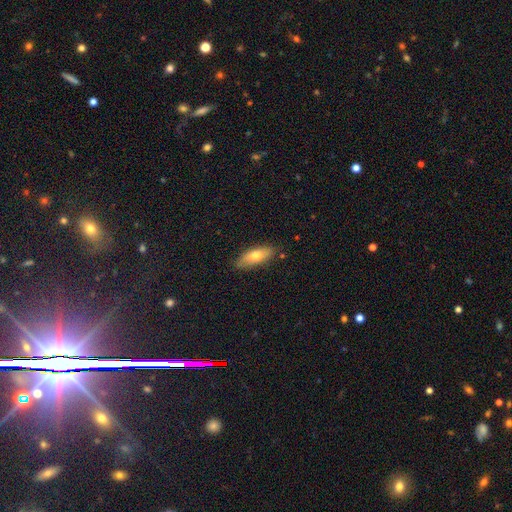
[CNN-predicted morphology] Q: Smooth or featured?
A: smooth (69%); runner-up: featured or disk (24%)
Q: How rounded?
A: in between (70%); runner-up: cigar-shaped (27%)
Q: Merging?
A: none (83%); runner-up: minor disturbance (13%)